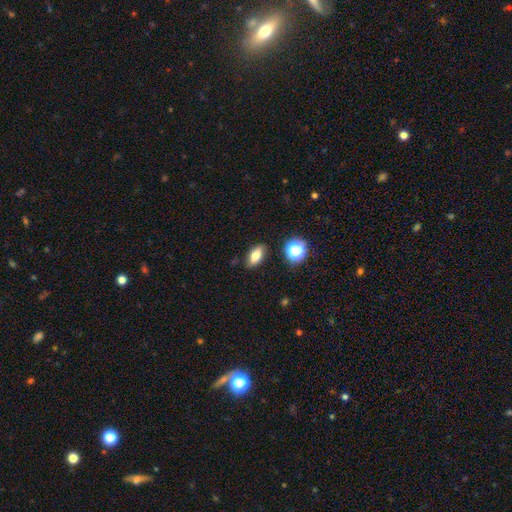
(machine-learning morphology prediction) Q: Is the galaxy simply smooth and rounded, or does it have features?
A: smooth — 73%.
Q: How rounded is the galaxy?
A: in between — 80%.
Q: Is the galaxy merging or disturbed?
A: none — 84%.